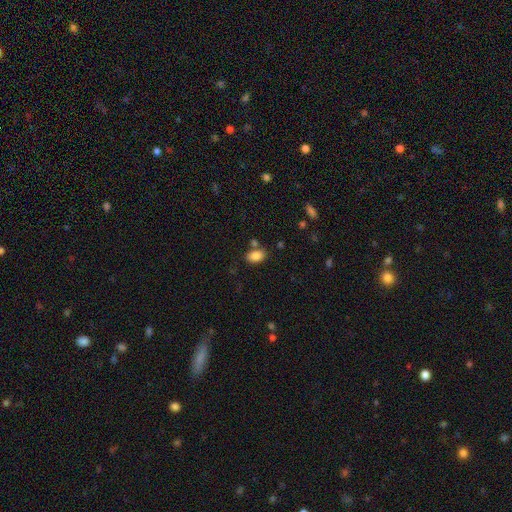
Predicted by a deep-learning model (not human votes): This is clearly a smooth galaxy (86%). How rounded: clearly in between (89%). Merging: likely none (71%).